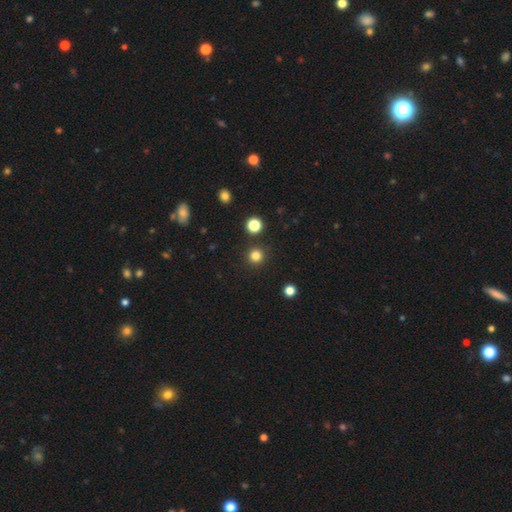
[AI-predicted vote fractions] Smooth or featured? Predicted: smooth (p=0.81). How rounded? Predicted: round (p=0.95). Merging? Predicted: none (p=0.90).